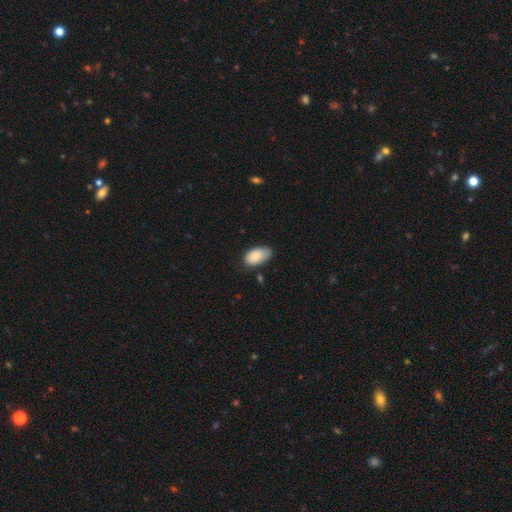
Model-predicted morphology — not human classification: This appears to be a smooth galaxy with no disk features (82%) that is in between round and cigar-shaped (94%). Merging: none (66%).